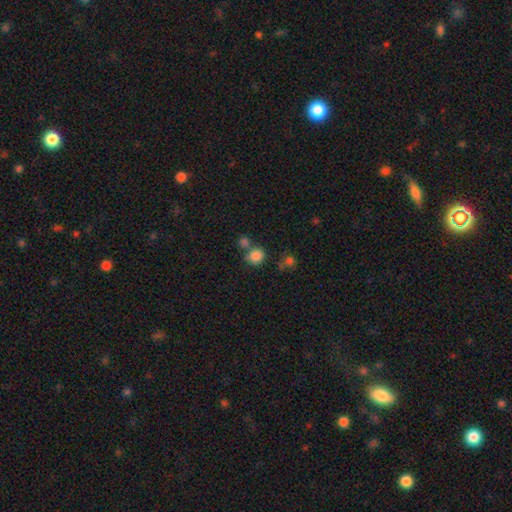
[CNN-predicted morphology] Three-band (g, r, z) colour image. It shows a smooth galaxy with no disk features (83%) that is round (76%). Merging: none (58%).